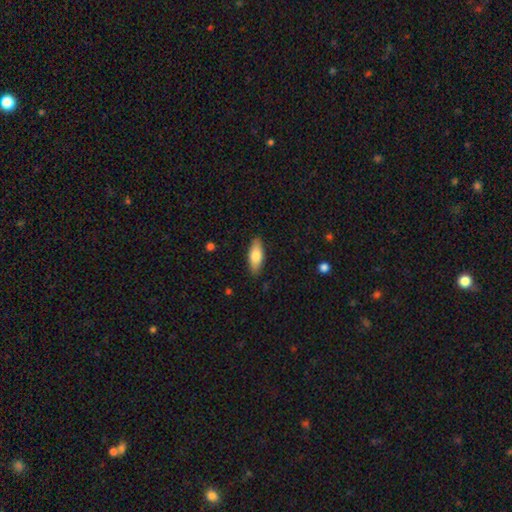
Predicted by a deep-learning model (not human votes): A smooth galaxy with no disk features (75%) that is in between round and cigar-shaped (74%). Merging: none (88%).